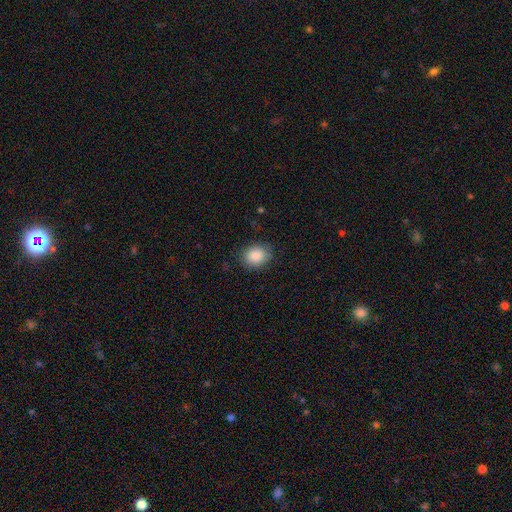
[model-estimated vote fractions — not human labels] smooth 87%, star or artifact 8%, featured or disk 5%. Down the decision tree: how rounded — round (50%); merging — none (84%).